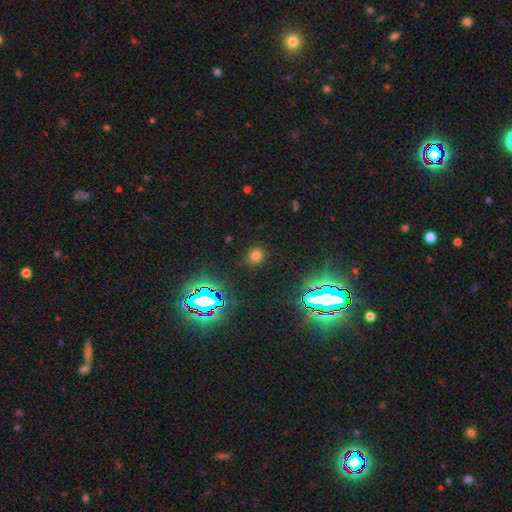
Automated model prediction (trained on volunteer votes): smooth 66%, star or artifact 28%, featured or disk 6%. Down the decision tree: how rounded — round (82%); merging — none (87%).